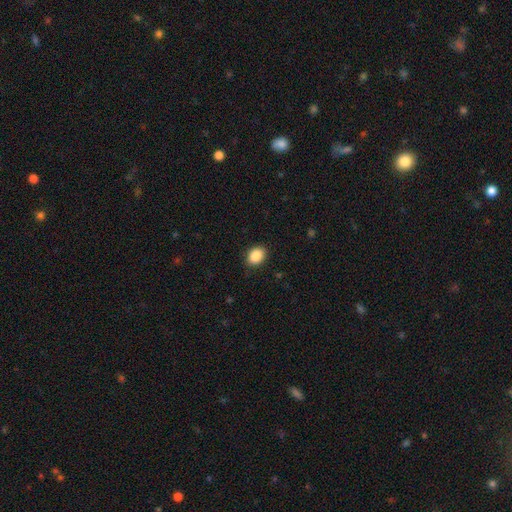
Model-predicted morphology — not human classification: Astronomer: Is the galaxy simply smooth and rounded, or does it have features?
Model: smooth — 88%.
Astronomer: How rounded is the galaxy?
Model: in between — 67%.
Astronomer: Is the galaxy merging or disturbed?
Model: none — 88%.